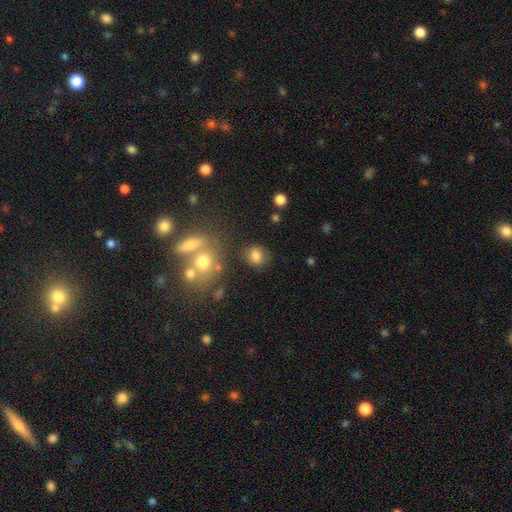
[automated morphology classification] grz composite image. It shows a smooth galaxy with no disk features (79%) that is round (63%). Merging: none (75%).